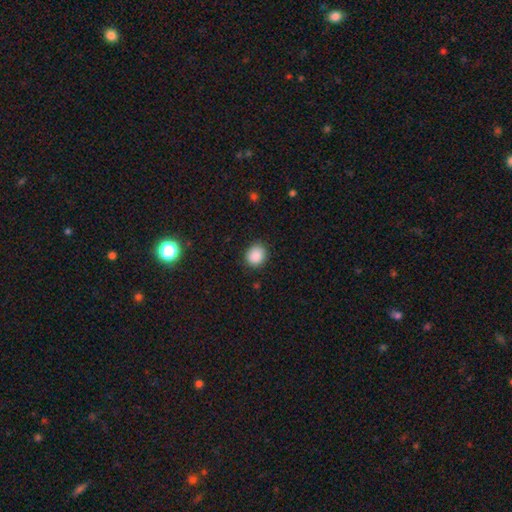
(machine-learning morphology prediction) smooth-or-featured: smooth: 88% | star or artifact: 9% | featured or disk: 3%
  how-rounded: round: 75% | in between: 24% | cigar-shaped: 1%
  merging: none: 88% | minor disturbance: 9% | major disturbance: 3% | merger: 1%